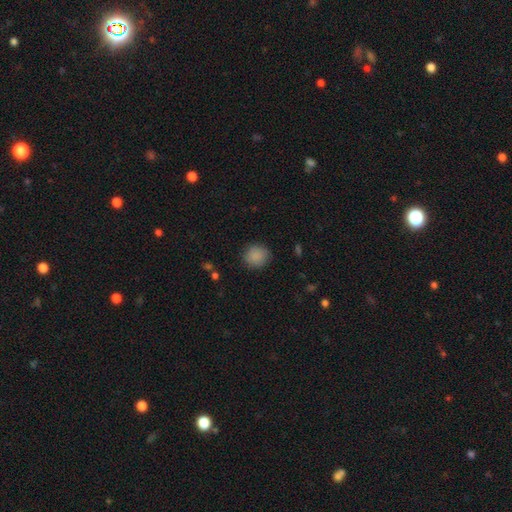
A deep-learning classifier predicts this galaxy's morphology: This appears to be a smooth galaxy with no disk features (88%) that is round (88%). Merging: none (87%).